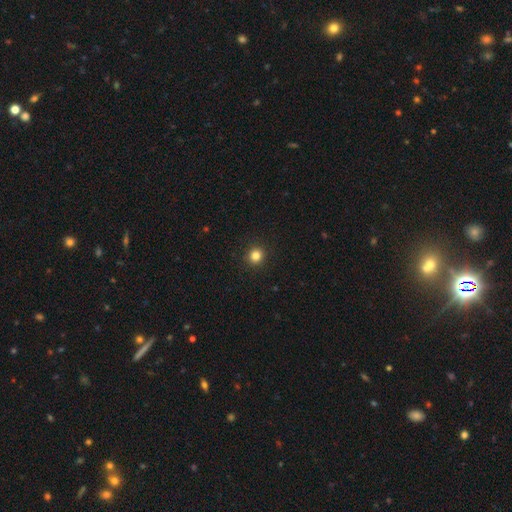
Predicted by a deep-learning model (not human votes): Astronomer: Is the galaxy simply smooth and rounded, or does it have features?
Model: smooth — 83%.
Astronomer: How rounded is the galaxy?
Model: round — 92%.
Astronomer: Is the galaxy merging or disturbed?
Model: none — 93%.